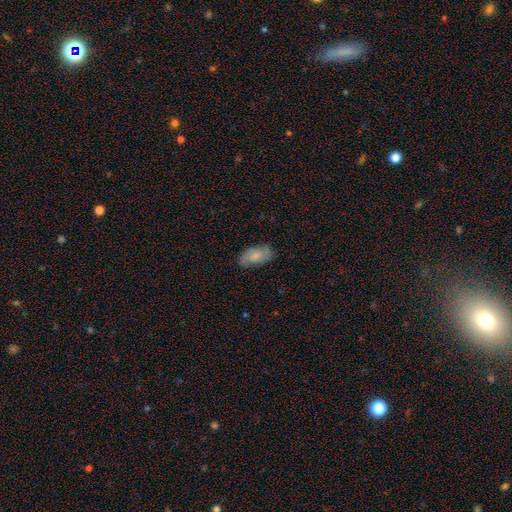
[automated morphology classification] A smooth galaxy with no disk features (58%) that is in between round and cigar-shaped (92%).

Vote fractions:
- Smooth or featured? smooth: 58% / featured or disk: 35% / star or artifact: 7%
- How rounded? in between: 92% / cigar-shaped: 5% / round: 4%
- Merging? none: 76% / minor disturbance: 19% / major disturbance: 4% / merger: 1%